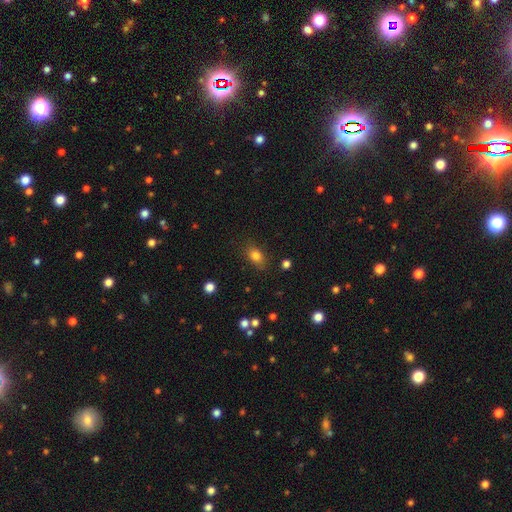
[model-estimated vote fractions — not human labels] Smooth or featured? Predicted: smooth (p=0.82). How rounded? Predicted: in between (p=0.76). Merging? Predicted: none (p=0.80).